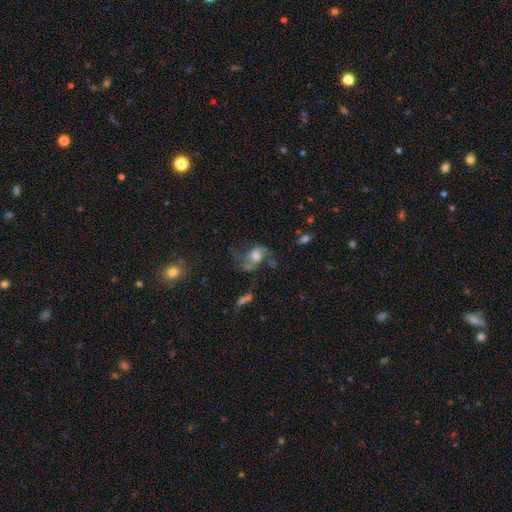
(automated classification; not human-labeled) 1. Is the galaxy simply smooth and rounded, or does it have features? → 46% featured or disk, 41% smooth, 13% star or artifact.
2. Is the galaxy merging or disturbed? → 36% major disturbance, 34% none, 20% minor disturbance, 10% merger.